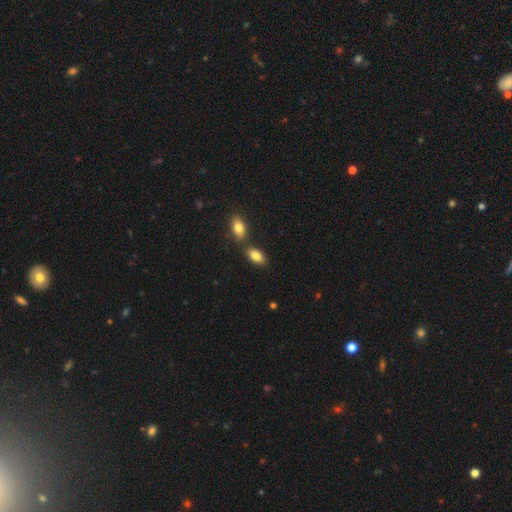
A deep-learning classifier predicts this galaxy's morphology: smooth-or-featured: smooth: 83% | featured or disk: 9% | star or artifact: 7%
  how-rounded: in between: 92% | round: 5% | cigar-shaped: 4%
  merging: none: 62% | merger: 24% | minor disturbance: 11% | major disturbance: 3%